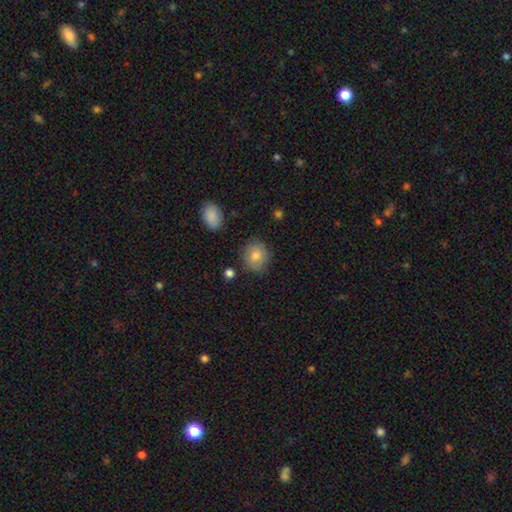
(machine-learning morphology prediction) The model was most divided on "how rounded": round: 80%, in between: 19%, cigar-shaped: 1%. More confident: merging — none (82%); smooth or featured — smooth (81%).